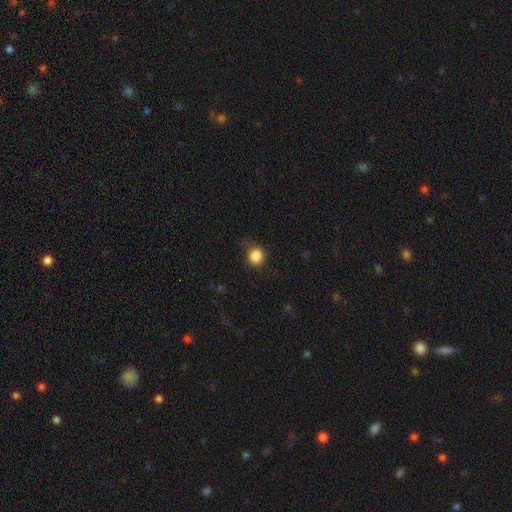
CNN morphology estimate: Overall: smooth (86%). How rounded: round (88%). Merging: none (81%).